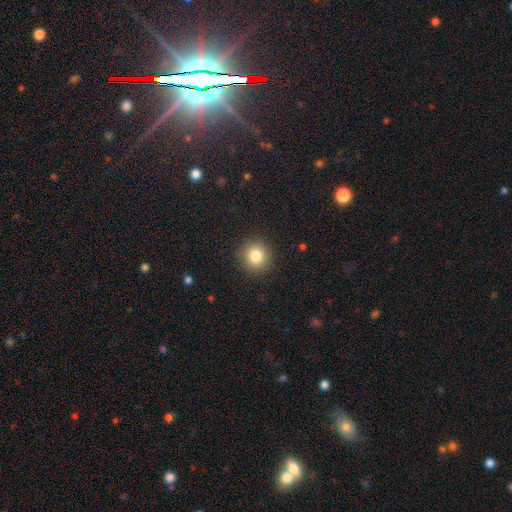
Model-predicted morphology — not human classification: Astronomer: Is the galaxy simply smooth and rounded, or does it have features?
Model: smooth — 82%.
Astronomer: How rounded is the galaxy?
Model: round — 93%.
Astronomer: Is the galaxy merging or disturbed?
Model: none — 91%.